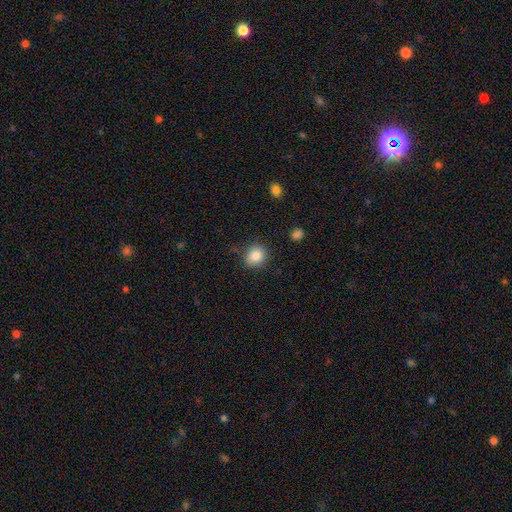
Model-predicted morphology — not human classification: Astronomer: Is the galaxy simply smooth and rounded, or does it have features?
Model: smooth — 84%.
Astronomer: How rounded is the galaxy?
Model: round — 81%.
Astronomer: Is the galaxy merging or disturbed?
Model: none — 84%.